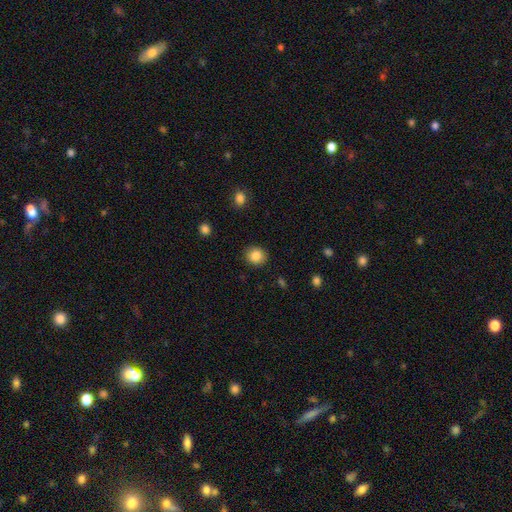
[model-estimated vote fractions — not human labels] A smooth galaxy with no disk features (86%) that is round (82%).

Vote fractions:
- Smooth or featured? smooth: 86% / star or artifact: 9% / featured or disk: 5%
- How rounded? round: 82% / in between: 17% / cigar-shaped: 1%
- Merging? none: 89% / minor disturbance: 7% / major disturbance: 2% / merger: 1%